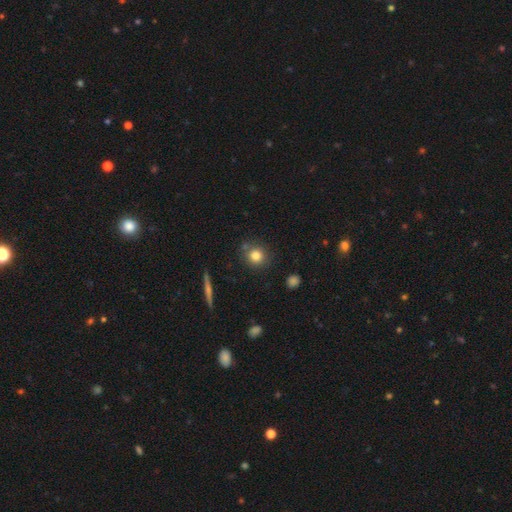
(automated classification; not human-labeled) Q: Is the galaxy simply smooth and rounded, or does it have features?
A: smooth — 82%.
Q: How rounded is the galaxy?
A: round — 88%.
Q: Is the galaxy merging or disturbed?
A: none — 80%.